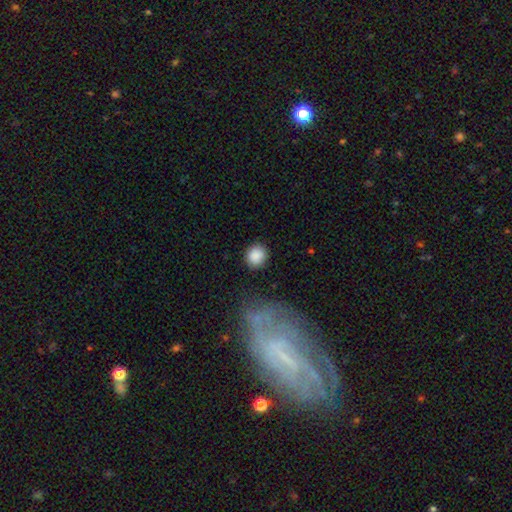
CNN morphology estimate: A smooth galaxy with no disk features (88%) that is round (84%). Merging: none (86%).